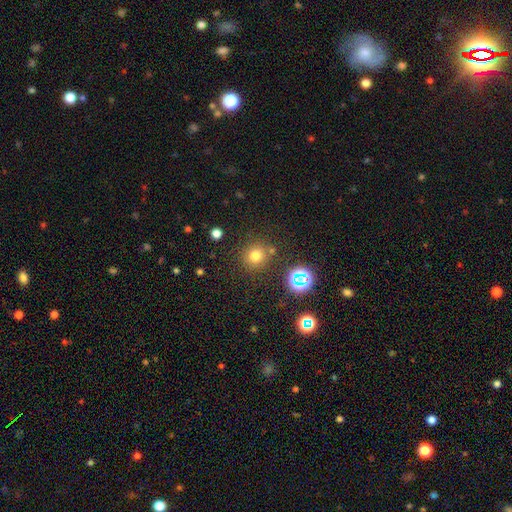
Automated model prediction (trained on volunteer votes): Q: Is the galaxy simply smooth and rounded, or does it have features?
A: smooth — 73%.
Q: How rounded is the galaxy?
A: round — 90%.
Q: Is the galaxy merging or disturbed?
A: none — 79%.